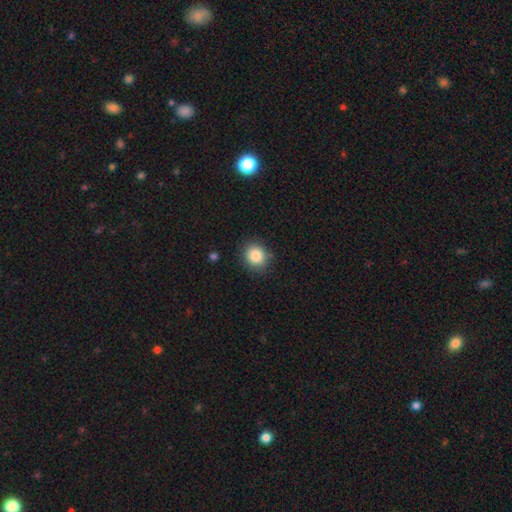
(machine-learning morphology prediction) Smooth or featured: smooth — 86% (star or artifact — 9%)
How rounded: round — 77% (in between — 22%)
Merging: none — 86% (minor disturbance — 10%)